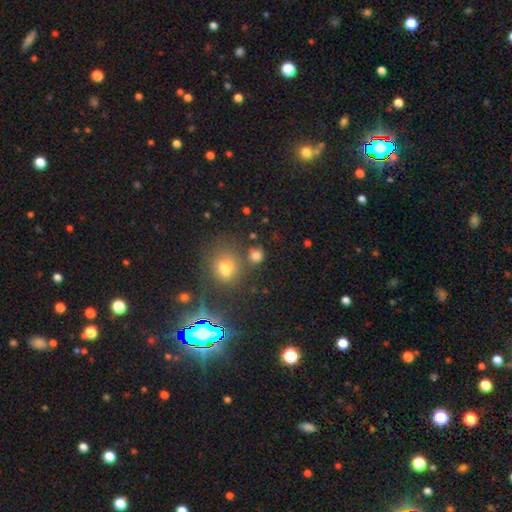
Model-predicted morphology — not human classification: This is likely a smooth galaxy (75%). How rounded: clearly round (81%). Merging: likely none (71%).